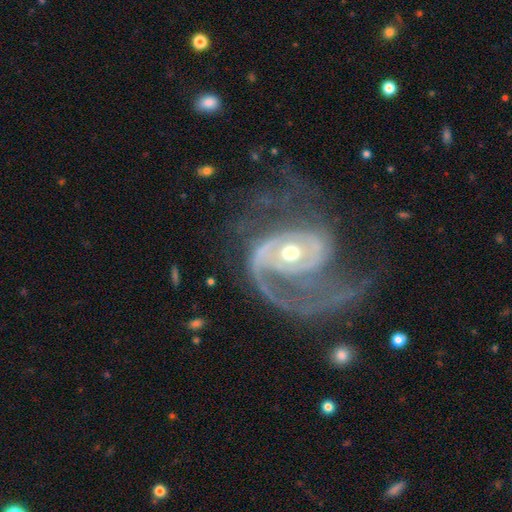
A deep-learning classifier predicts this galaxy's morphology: A featured or disk galaxy (91%) with no bar (51%), 2 (56%) medium (50%) spiral arms (97%) and a moderate central bulge (66%). Merging: none (45%).